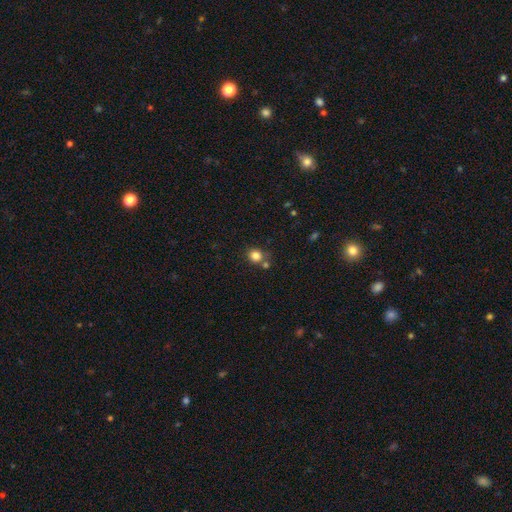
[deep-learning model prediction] The model was most divided on "merging": none: 64%, merger: 20%, minor disturbance: 12%, major disturbance: 4%. More confident: smooth or featured — smooth (82%); how rounded — round (81%).